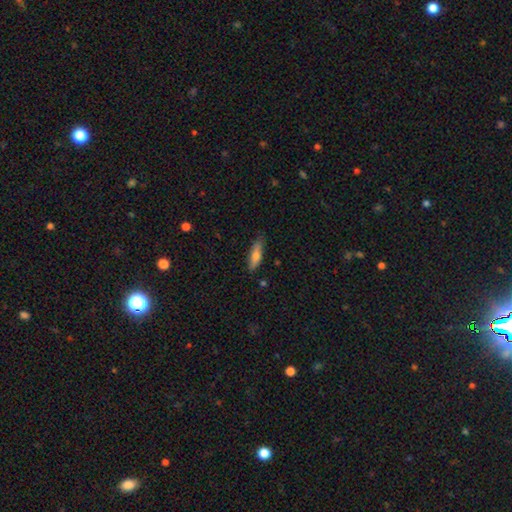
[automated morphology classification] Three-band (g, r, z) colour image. It shows a smooth galaxy with no disk features (72%) that is cigar-shaped (63%). Merging: none (81%).